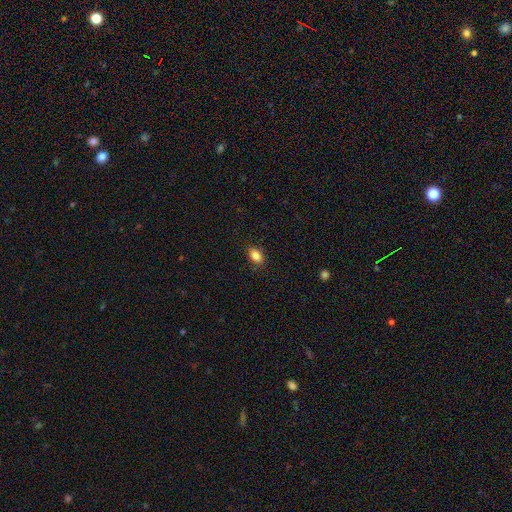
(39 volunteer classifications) Smooth or featured? 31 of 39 (79%) said smooth. How rounded? 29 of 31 (94%) said in between. Merging? 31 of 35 (89%) said none.